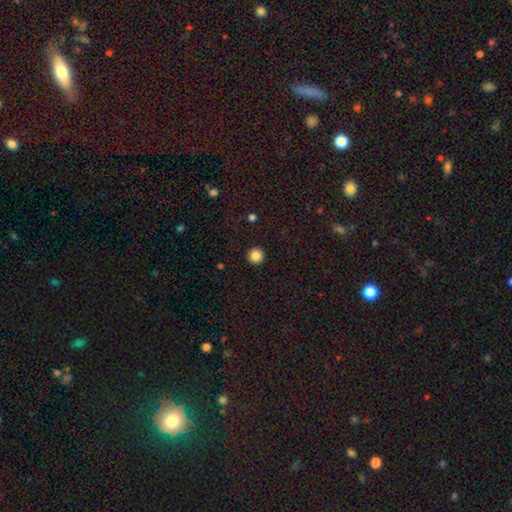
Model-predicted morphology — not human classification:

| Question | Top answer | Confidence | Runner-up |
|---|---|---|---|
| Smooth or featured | smooth | 86% | star or artifact (10%) |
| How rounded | round | 96% | in between (3%) |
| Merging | none | 94% | minor disturbance (4%) |